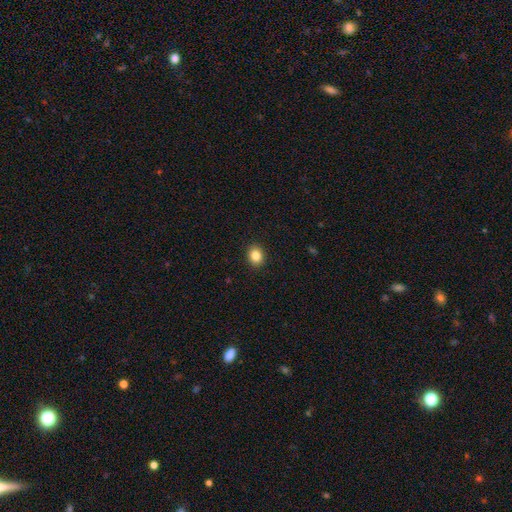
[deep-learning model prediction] A smooth galaxy with no disk features (84%) that is round (62%).

Vote fractions:
- Smooth or featured? smooth: 84% / star or artifact: 10% / featured or disk: 6%
- How rounded? round: 62% / in between: 37% / cigar-shaped: 1%
- Merging? none: 91% / minor disturbance: 6% / major disturbance: 2% / merger: 1%